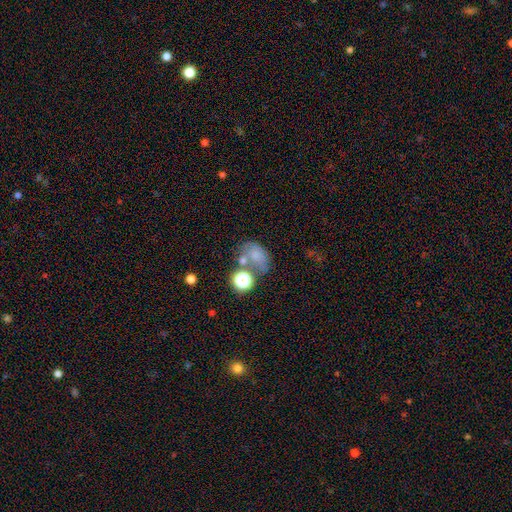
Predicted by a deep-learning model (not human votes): Smooth or featured? smooth (63%)
How rounded? in between (68%)
Merging? none (37%)